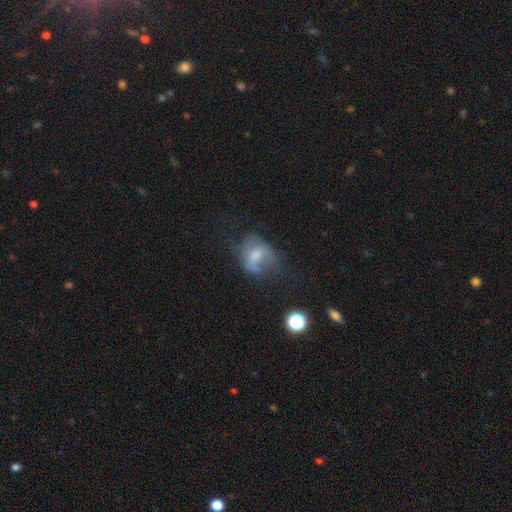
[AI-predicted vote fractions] This is possibly a smooth galaxy (47%). Merging: marginally major disturbance (38%).